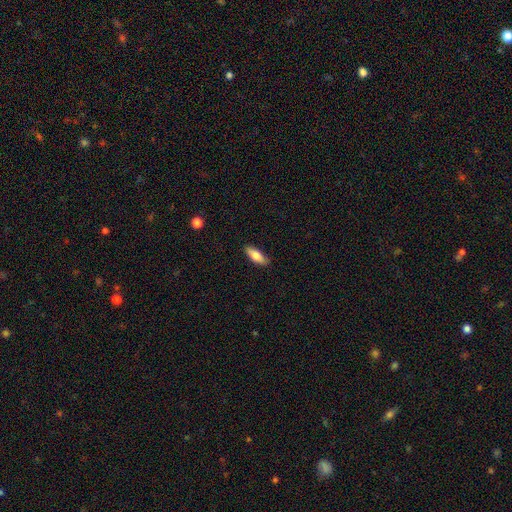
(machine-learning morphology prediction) type=smooth (76%); roundness=in between (66%); merging=none (86%).